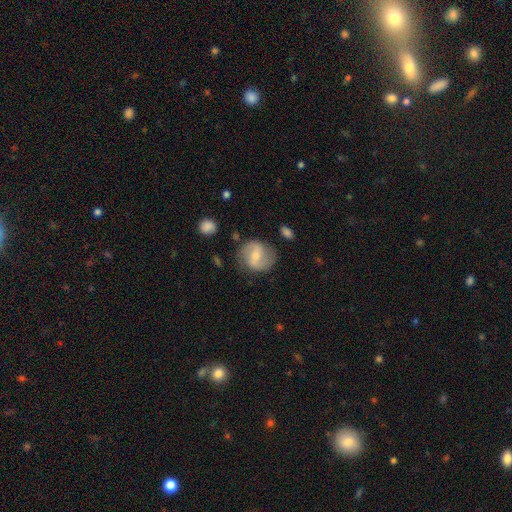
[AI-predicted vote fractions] Morphology: type=featured or disk (58%); edge-on=no (97%); bar=weak (46%); spiral arms=yes (81%); bulge=small (49%); merging=none (76%).